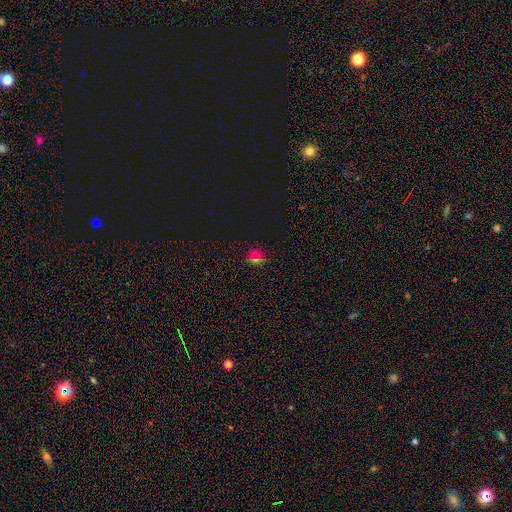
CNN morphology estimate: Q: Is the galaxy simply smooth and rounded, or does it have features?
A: smooth — 52%.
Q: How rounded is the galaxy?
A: round — 83%.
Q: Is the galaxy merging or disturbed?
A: none — 82%.